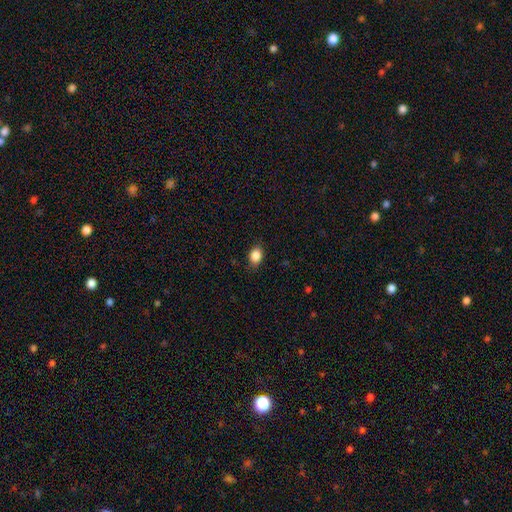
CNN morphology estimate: This appears to be a smooth galaxy with no disk features (86%) that is in between round and cigar-shaped (62%). Merging: none (85%).